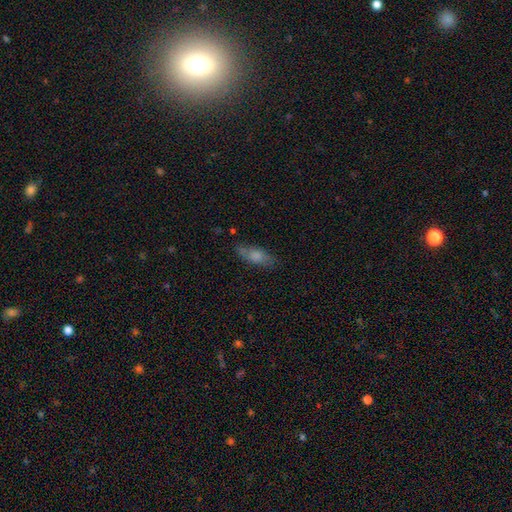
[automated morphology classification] Q: Smooth or featured?
A: smooth (71%); runner-up: featured or disk (21%)
Q: How rounded?
A: in between (67%); runner-up: cigar-shaped (30%)
Q: Merging?
A: none (73%); runner-up: minor disturbance (20%)